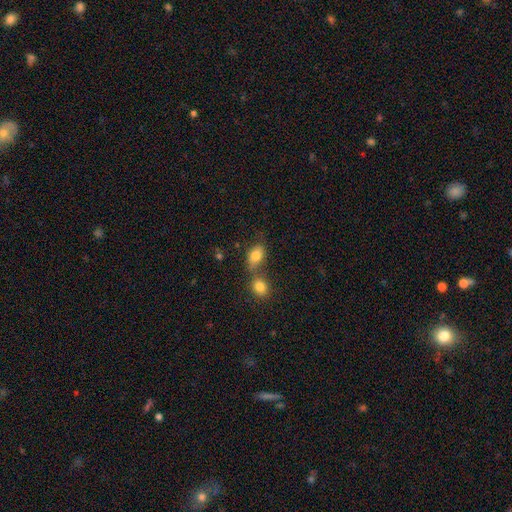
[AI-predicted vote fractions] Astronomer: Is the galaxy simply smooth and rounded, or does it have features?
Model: smooth — 81%.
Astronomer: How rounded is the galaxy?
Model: in between — 80%.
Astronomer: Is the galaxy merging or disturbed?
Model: merger — 41%, tied with none at 41%.